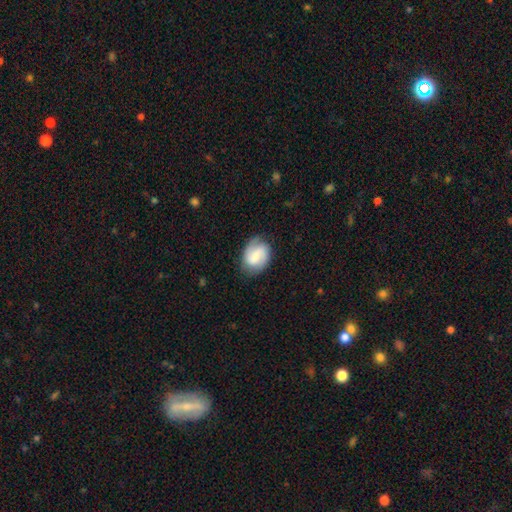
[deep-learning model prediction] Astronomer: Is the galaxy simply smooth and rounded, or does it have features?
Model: featured or disk — 51% (runner-up: smooth, 42%).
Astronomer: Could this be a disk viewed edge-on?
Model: no — 97%.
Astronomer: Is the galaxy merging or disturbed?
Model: none — 72%.